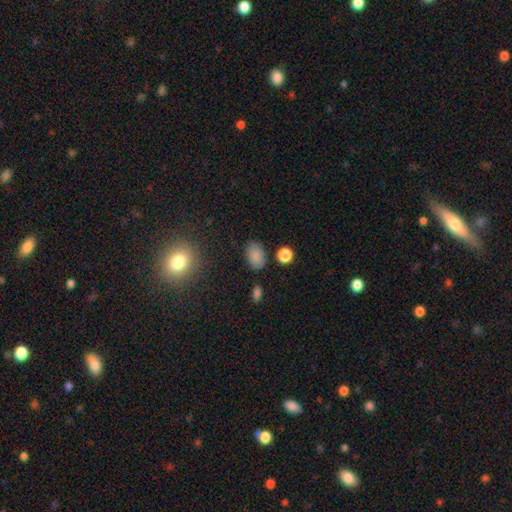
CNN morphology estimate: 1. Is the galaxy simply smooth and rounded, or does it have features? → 84% smooth, 11% star or artifact, 5% featured or disk.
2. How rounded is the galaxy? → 86% in between, 13% round, 1% cigar-shaped.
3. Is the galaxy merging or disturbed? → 79% none, 13% minor disturbance, 4% major disturbance, 4% merger.